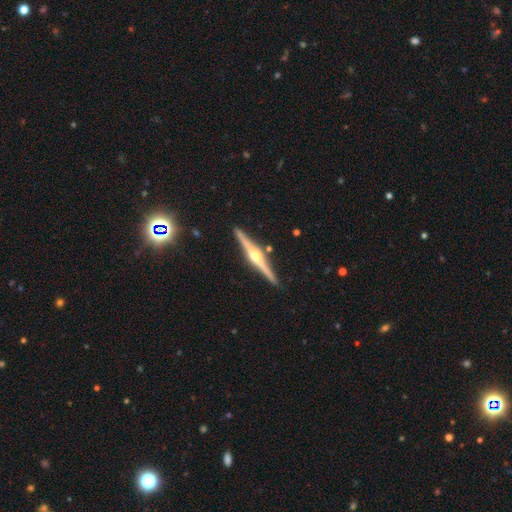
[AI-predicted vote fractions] Overall: featured or disk (86%). Edge-on disk: yes (99%). Edge-on bulge: rounded (93%). Merging: none (91%).